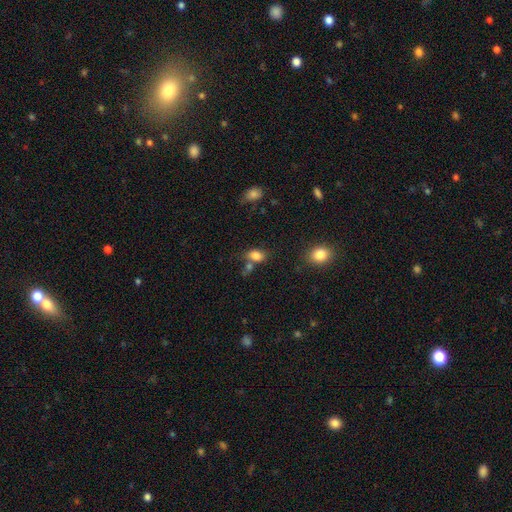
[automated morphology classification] Smooth or featured? Predicted: smooth (p=0.82). How rounded? Predicted: in between (p=0.83). Merging? Predicted: none (p=0.54).